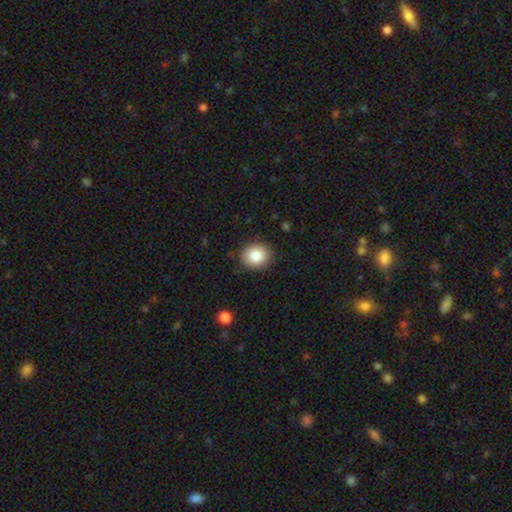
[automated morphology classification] smooth-or-featured: smooth: 85% | star or artifact: 9% | featured or disk: 7%
  how-rounded: round: 74% | in between: 25% | cigar-shaped: 1%
  merging: none: 88% | minor disturbance: 9% | major disturbance: 2% | merger: 1%